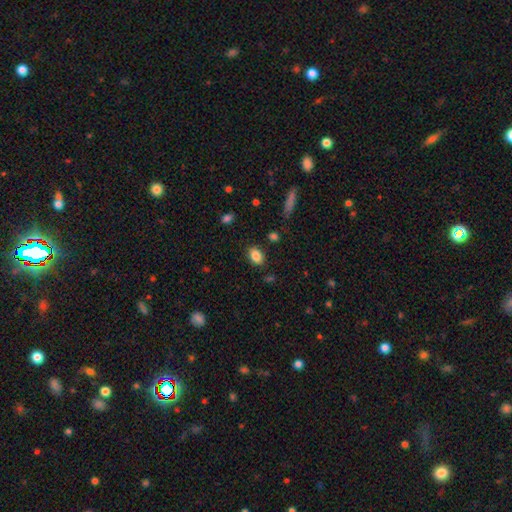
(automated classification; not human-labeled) Q: Smooth or featured?
A: smooth (86%); runner-up: star or artifact (9%)
Q: How rounded?
A: in between (77%); runner-up: round (22%)
Q: Merging?
A: none (84%); runner-up: minor disturbance (11%)